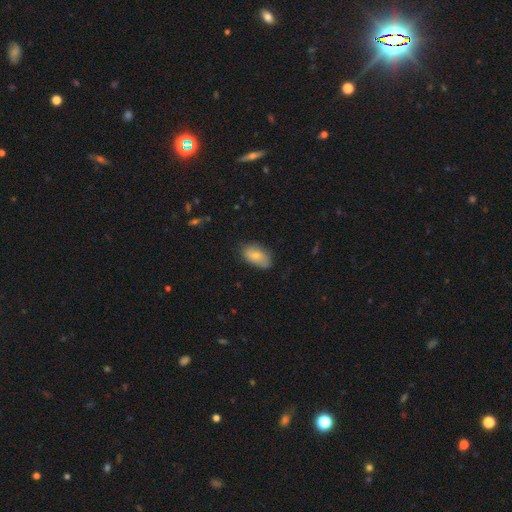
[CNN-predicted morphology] The model was most divided on "merging": none: 76%, minor disturbance: 19%, major disturbance: 4%, merger: 1%. More confident: how rounded — in between (92%); smooth or featured — smooth (77%).